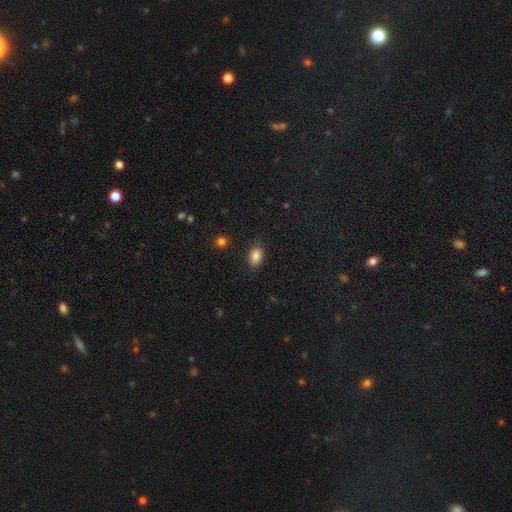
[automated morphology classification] Smooth or featured: smooth — 86% (star or artifact — 9%)
How rounded: in between — 87% (round — 12%)
Merging: none — 80% (minor disturbance — 15%)